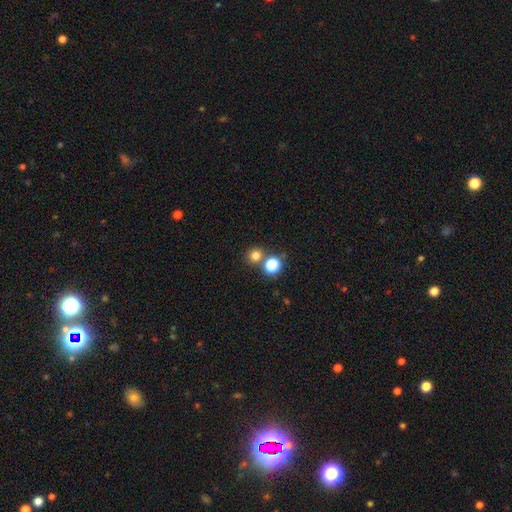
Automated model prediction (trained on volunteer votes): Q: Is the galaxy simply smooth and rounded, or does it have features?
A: smooth — 76%.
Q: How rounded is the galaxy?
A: round — 90%.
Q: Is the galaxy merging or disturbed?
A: none — 69%.